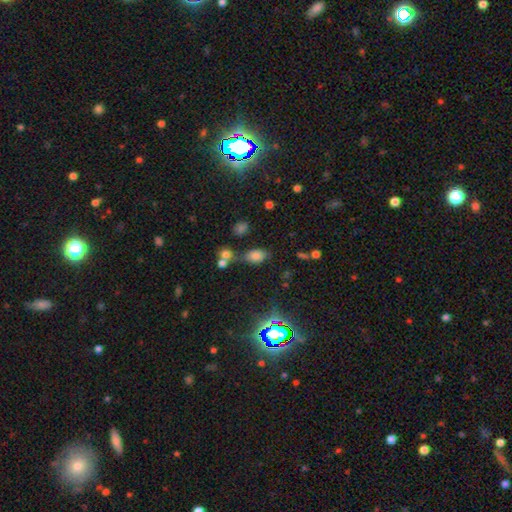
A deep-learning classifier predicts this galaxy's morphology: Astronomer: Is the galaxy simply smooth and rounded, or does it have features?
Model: smooth — 72%.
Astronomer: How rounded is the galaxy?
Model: in between — 86%.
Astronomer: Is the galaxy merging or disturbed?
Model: none — 62%.